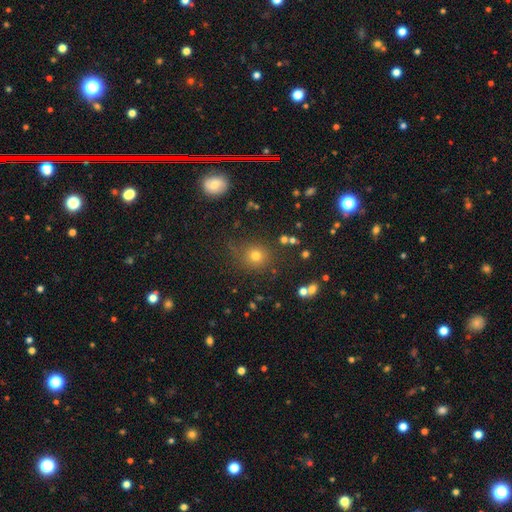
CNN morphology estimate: A smooth galaxy with no disk features (71%) that is round (89%). Merging: none (79%).